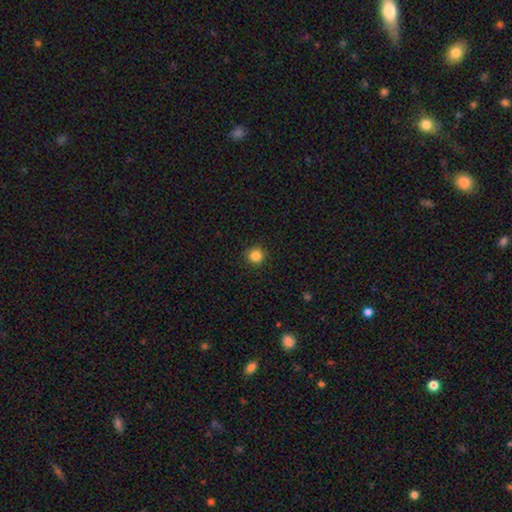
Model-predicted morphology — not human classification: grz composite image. It shows a smooth galaxy with no disk features (85%) that is round (95%). Merging: none (92%).